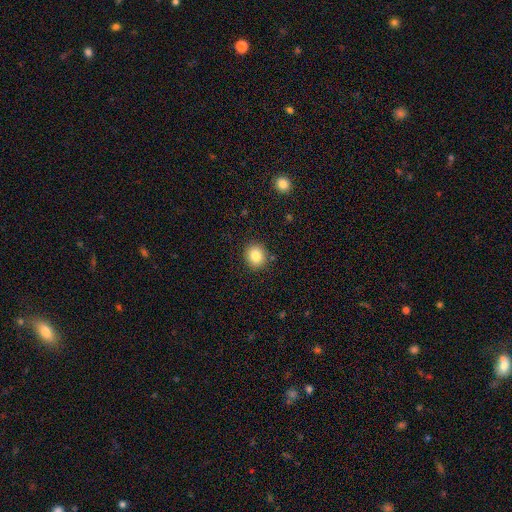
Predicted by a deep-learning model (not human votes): smooth_or_featured: smooth (p=0.83) [alt: star or artifact p=0.10]
how_rounded: round (p=0.82) [alt: in between p=0.17]
merging: none (p=0.90) [alt: minor disturbance p=0.07]